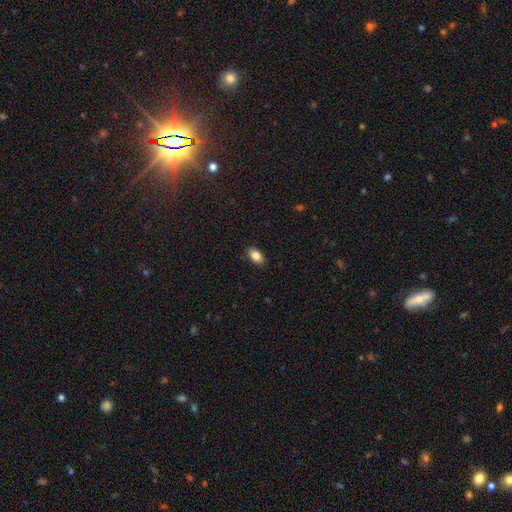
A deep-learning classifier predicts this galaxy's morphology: Smooth or featured? smooth (86%)
How rounded? in between (92%)
Merging? none (88%)